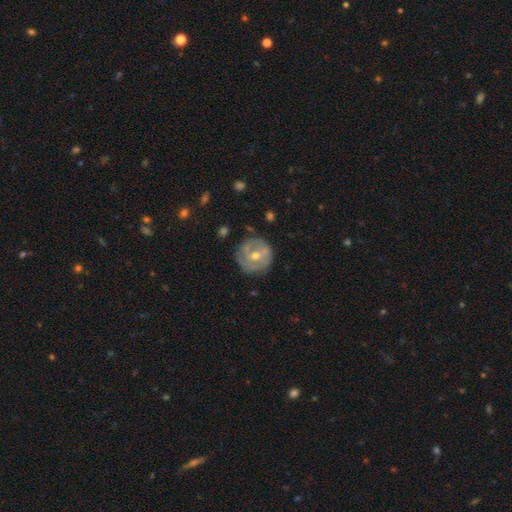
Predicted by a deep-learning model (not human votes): A featured or disk galaxy (64%) with no bar (58%), spiral arms (61%) and a moderate central bulge (60%).

Vote fractions:
- Smooth or featured? featured or disk: 64% / smooth: 28% / star or artifact: 8%
- Edge-on disk? no: 96% / yes: 4%
- Bar? no: 58% / weak: 32% / strong: 10%
- Spiral arms? yes: 61% / no: 39%
- Bulge size? moderate: 60% / small: 37% / large: 1% / none: 1% / dominant: 1%
- Merging? none: 78% / minor disturbance: 16% / major disturbance: 4% / merger: 2%